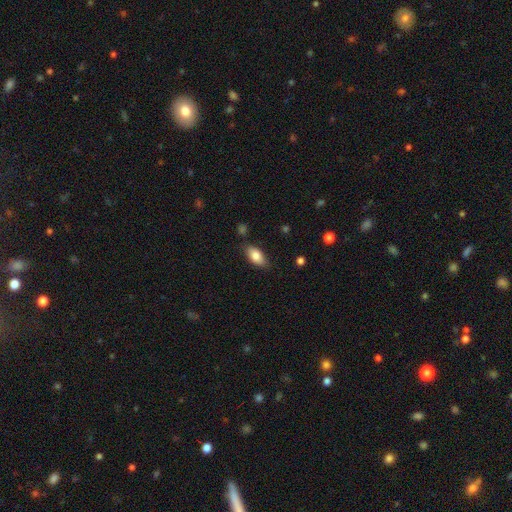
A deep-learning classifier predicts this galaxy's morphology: Overall: smooth (82%). How rounded: in between (90%). Merging: none (80%).